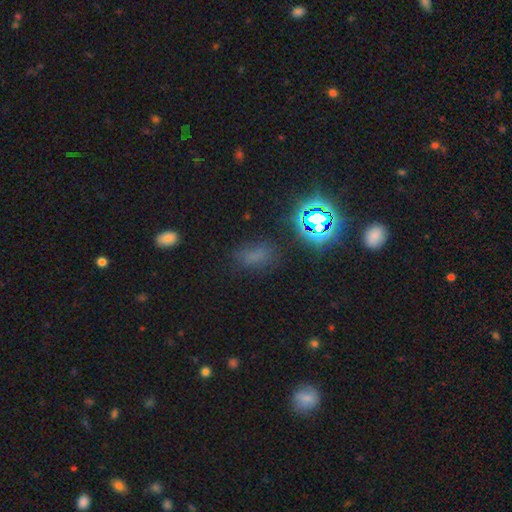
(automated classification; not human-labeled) Overall: smooth (54%; star or artifact 37%). How rounded: in between (75%). Merging: none (69%).